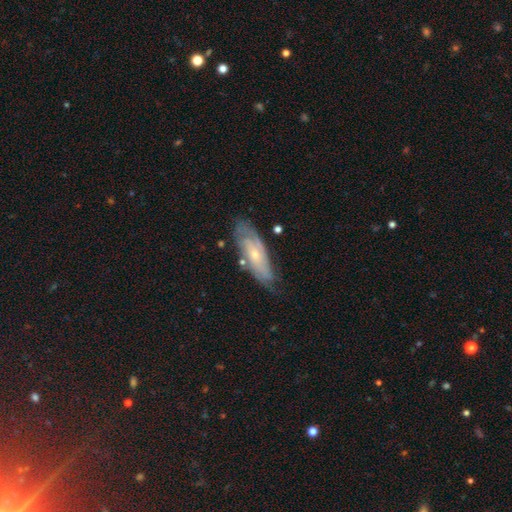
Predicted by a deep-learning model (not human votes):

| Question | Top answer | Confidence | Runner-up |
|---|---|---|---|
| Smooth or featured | featured or disk | 69% | smooth (23%) |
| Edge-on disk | no | 78% | yes (22%) |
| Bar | no | 68% | weak (26%) |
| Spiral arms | yes | 84% | no (16%) |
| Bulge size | small | 67% | moderate (29%) |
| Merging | none | 73% | minor disturbance (20%) |